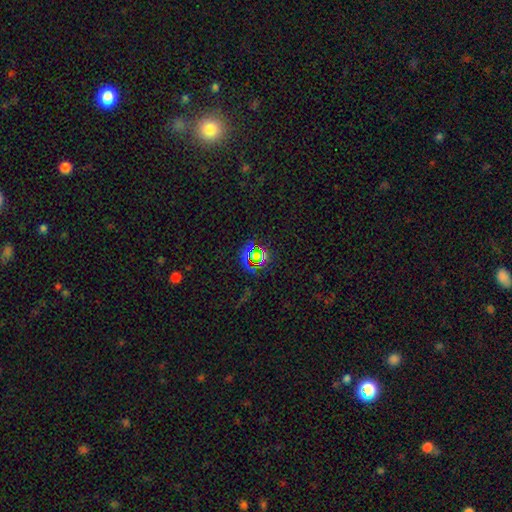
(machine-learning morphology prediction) Q: Smooth or featured?
A: star or artifact (73%); runner-up: smooth (17%)